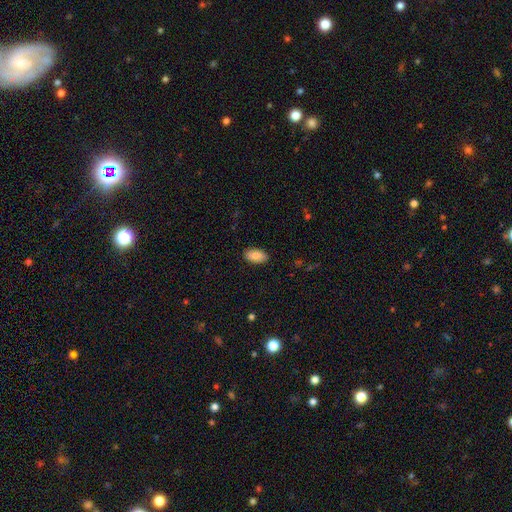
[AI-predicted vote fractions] This is clearly a smooth galaxy (87%). How rounded: clearly in between (94%). Merging: clearly none (88%).